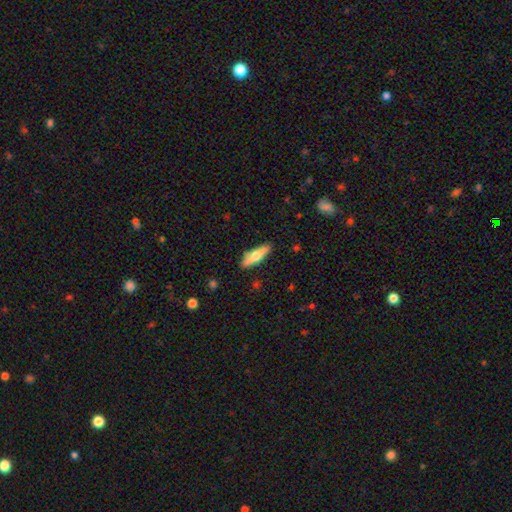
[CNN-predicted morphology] This appears to be a smooth galaxy with no disk features (53%) that is cigar-shaped (63%). Merging: none (86%).